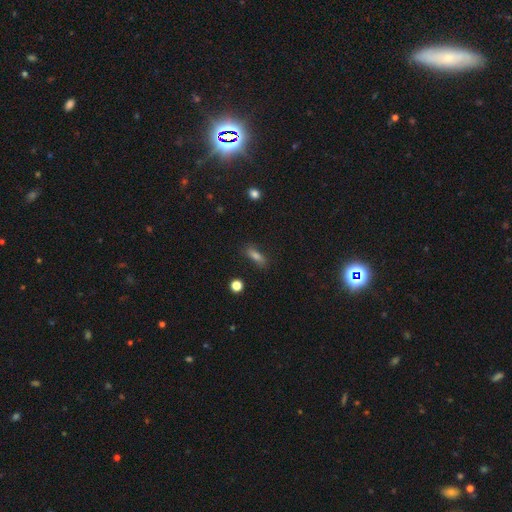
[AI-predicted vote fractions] The model was most divided on "how rounded": cigar-shaped: 48%, in between: 46%, round: 6%. More confident: merging — none (78%); smooth or featured — smooth (66%).